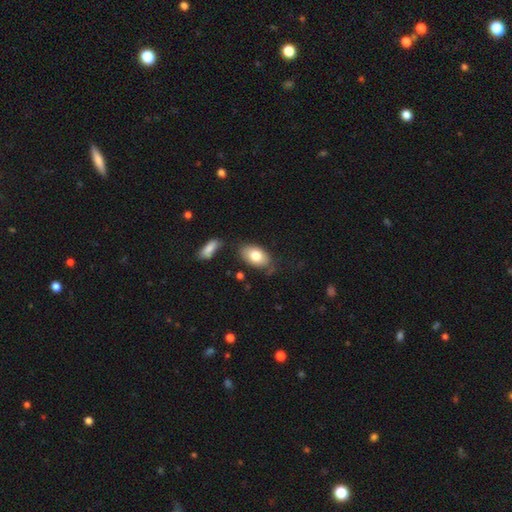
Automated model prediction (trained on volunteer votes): smooth 79%, featured or disk 15%, star or artifact 6%. Down the decision tree: how rounded — in between (92%); merging — none (68%).